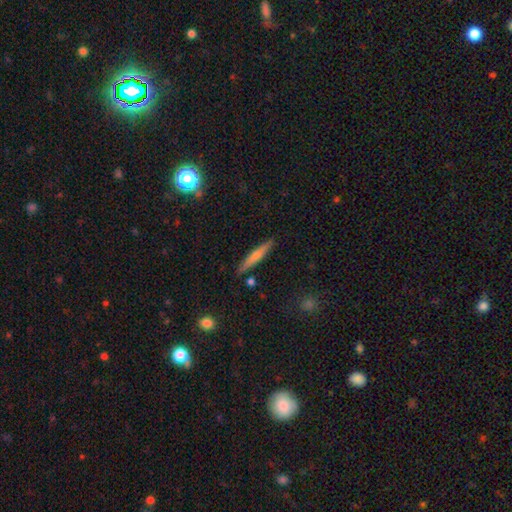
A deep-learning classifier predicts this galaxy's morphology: Smooth or featured?
  - smooth: 57% *
  - featured or disk: 37%
  - star or artifact: 7%
How rounded?
  - cigar-shaped: 92% *
  - in between: 6%
  - round: 2%
Merging?
  - none: 87% *
  - minor disturbance: 9%
  - merger: 2%
  - major disturbance: 2%